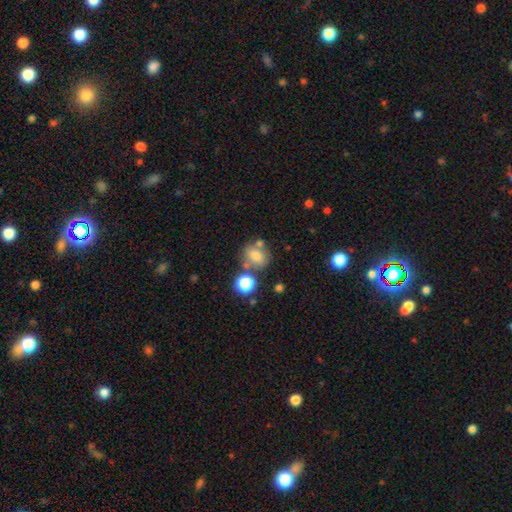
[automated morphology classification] Smooth or featured? smooth (70%)
How rounded? round (65%)
Merging? none (60%)